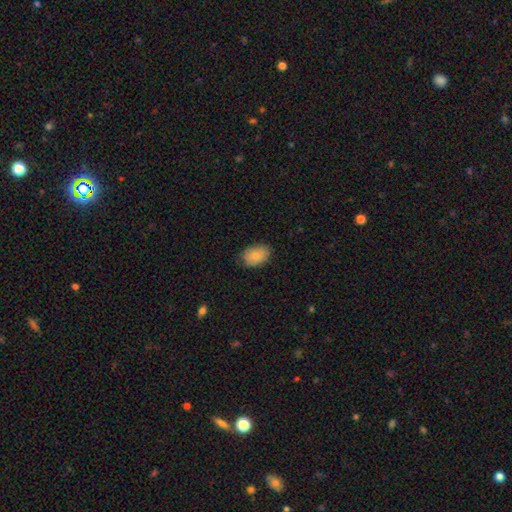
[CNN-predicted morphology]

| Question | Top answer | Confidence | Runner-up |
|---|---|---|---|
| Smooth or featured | smooth | 85% | featured or disk (8%) |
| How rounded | in between | 85% | round (14%) |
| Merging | none | 79% | minor disturbance (17%) |